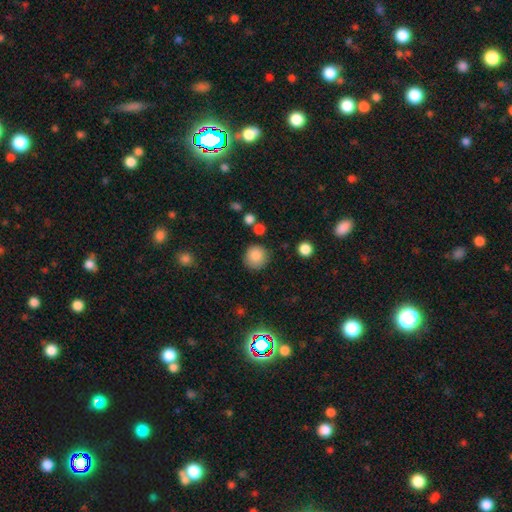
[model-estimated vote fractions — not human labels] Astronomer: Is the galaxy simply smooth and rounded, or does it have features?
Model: smooth — 86%.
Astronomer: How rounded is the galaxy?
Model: round — 91%.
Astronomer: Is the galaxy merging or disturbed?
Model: none — 83%.